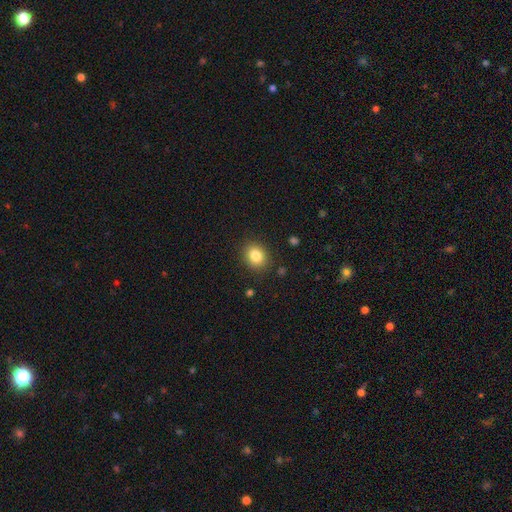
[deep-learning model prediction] A smooth galaxy with no disk features (84%) that is round (63%).

Vote fractions:
- Smooth or featured? smooth: 84% / star or artifact: 10% / featured or disk: 6%
- How rounded? round: 63% / in between: 36% / cigar-shaped: 1%
- Merging? none: 88% / minor disturbance: 8% / major disturbance: 3% / merger: 1%